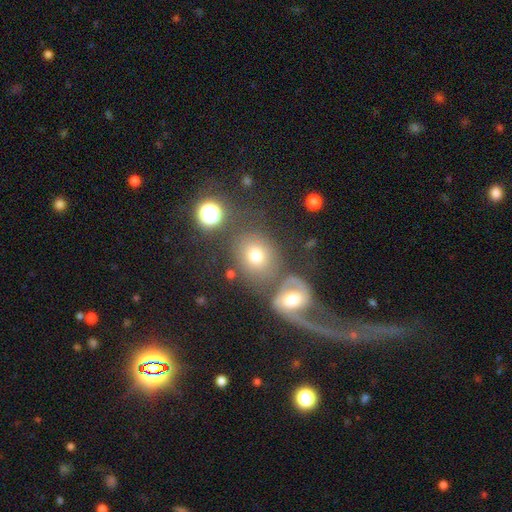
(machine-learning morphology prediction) This appears to be a smooth galaxy with no disk features (65%) that is round (66%). Merging: none (49%).